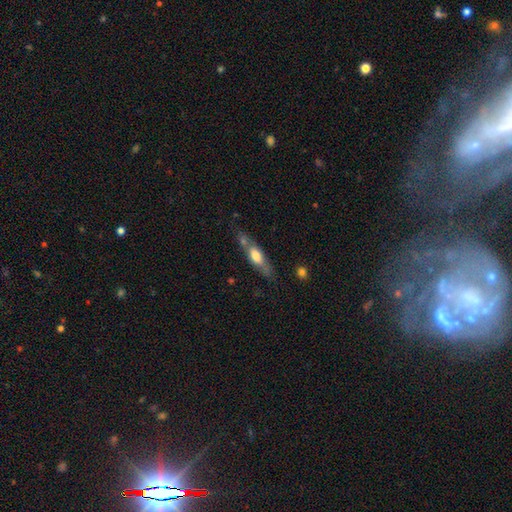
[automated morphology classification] smooth_or_featured: smooth (p=0.52) [alt: featured or disk p=0.42]
how_rounded: cigar-shaped (p=0.60) [alt: in between p=0.37]
merging: none (p=0.59) [alt: minor disturbance p=0.20]